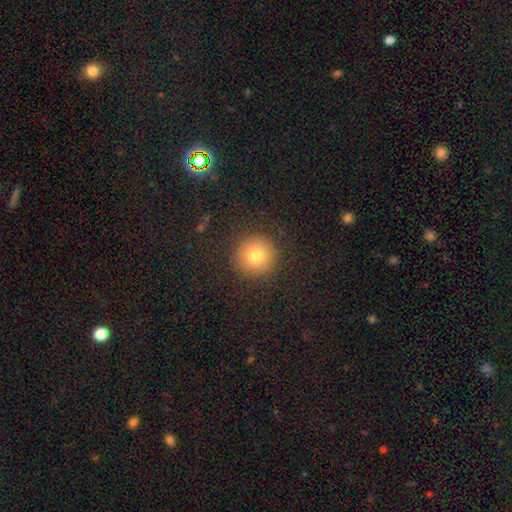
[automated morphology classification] The model was most divided on "smooth or featured": smooth: 78%, star or artifact: 12%, featured or disk: 10%. More confident: how rounded — round (96%); merging — none (90%).